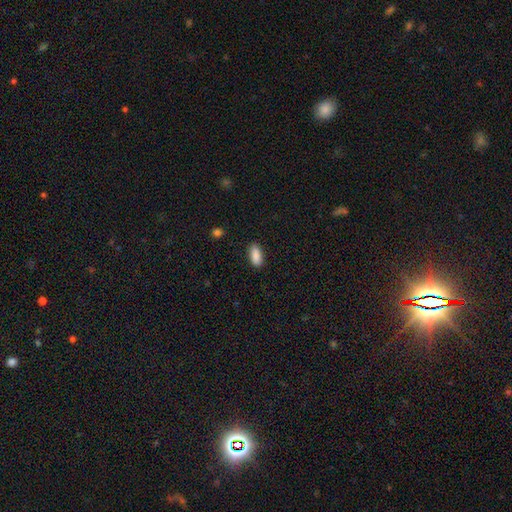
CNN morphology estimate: A smooth galaxy with no disk features (89%) that is in between round and cigar-shaped (87%). Merging: none (87%).